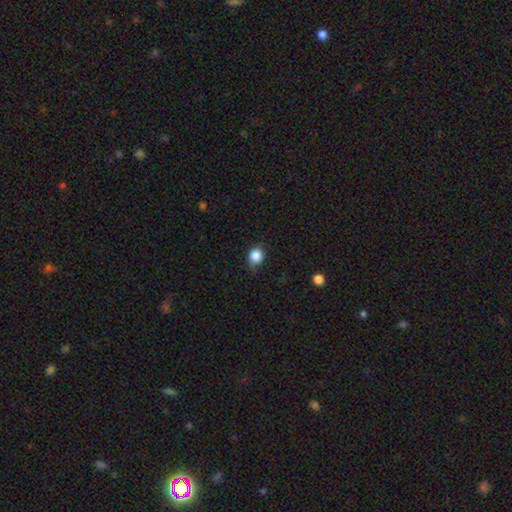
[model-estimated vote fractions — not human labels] smooth_or_featured: smooth (p=0.84) [alt: star or artifact p=0.10]
how_rounded: round (p=0.77) [alt: in between p=0.22]
merging: none (p=0.73) [alt: minor disturbance p=0.21]